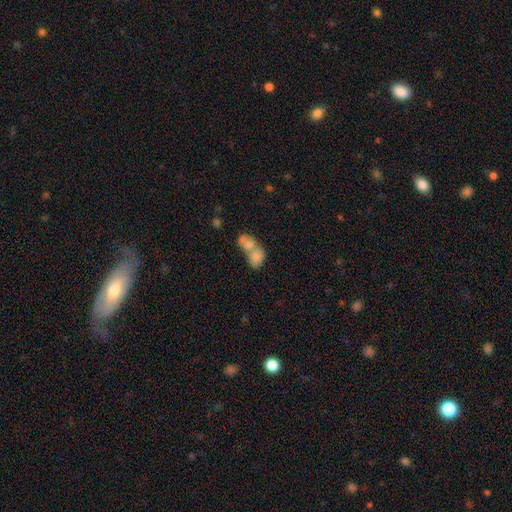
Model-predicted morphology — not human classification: Smooth or featured?
  - smooth: 74% *
  - featured or disk: 17%
  - star or artifact: 8%
How rounded?
  - in between: 77% *
  - round: 21%
  - cigar-shaped: 2%
Merging?
  - merger: 76% *
  - none: 14%
  - minor disturbance: 6%
  - major disturbance: 4%